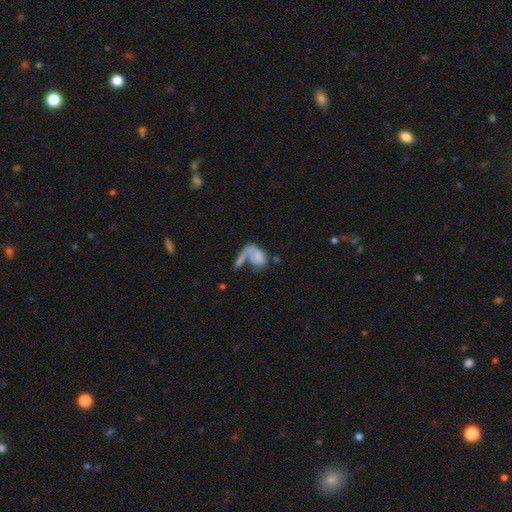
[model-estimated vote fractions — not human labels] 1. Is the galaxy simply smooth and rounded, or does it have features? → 53% smooth, 38% featured or disk, 10% star or artifact.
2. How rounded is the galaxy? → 81% in between, 15% round, 4% cigar-shaped.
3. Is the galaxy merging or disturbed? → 33% merger, 32% major disturbance, 23% none, 11% minor disturbance.